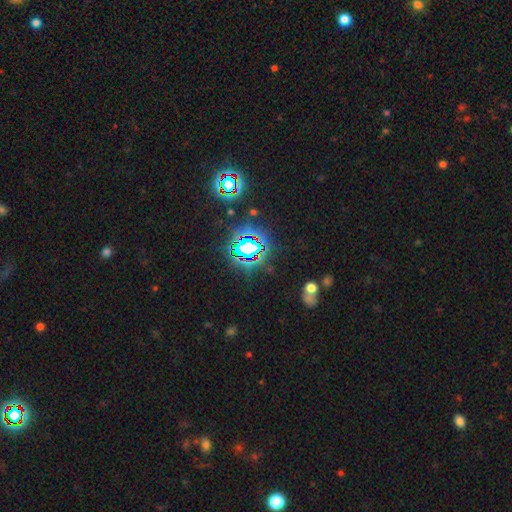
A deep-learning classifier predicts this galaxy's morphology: Smooth or featured: star or artifact — 81% (smooth — 12%)